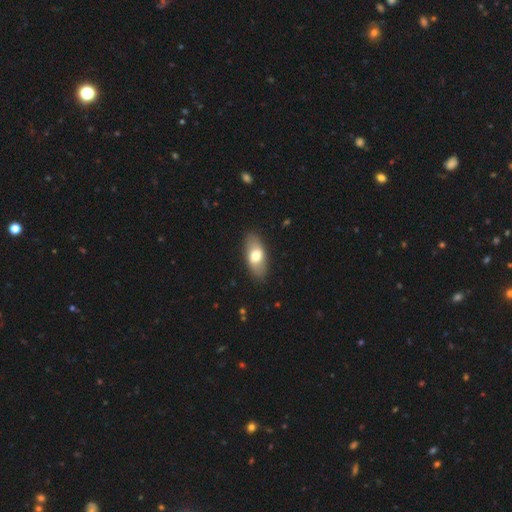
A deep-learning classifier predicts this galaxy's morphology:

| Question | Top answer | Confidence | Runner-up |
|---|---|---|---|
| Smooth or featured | smooth | 69% | featured or disk (25%) |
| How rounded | in between | 88% | cigar-shaped (9%) |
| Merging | none | 87% | minor disturbance (9%) |